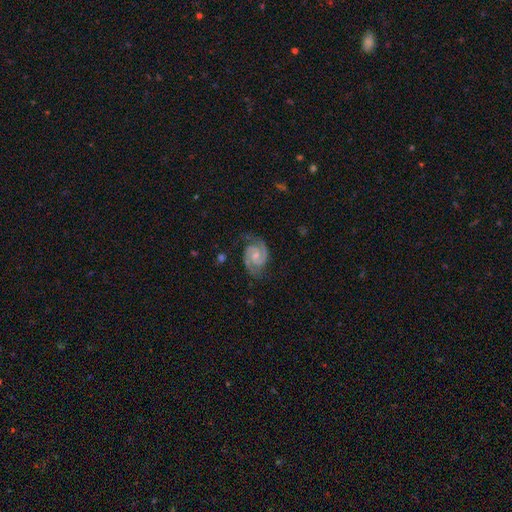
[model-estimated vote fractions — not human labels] A featured or disk galaxy (92%) with no bar (52%), 2 (94%) medium (48%) spiral arms (99%) and a small central bulge (47%).

Vote fractions:
- Smooth or featured? featured or disk: 92% / star or artifact: 4% / smooth: 4%
- Edge-on disk? no: 98% / yes: 2%
- Bar? no: 52% / weak: 39% / strong: 9%
- Spiral arms? yes: 99% / no: 1%
- Spiral winding? medium: 48% / tight: 45% / loose: 6%
- Spiral arm count? 2: 94% / can't tell: 2% / 3: 2% / 1: 1% / 4: 1% / more than 4: 1%
- Bulge size? small: 47% / moderate: 39% / none: 11% / large: 2% / dominant: 1%
- Merging? none: 79% / minor disturbance: 16% / major disturbance: 4% / merger: 1%